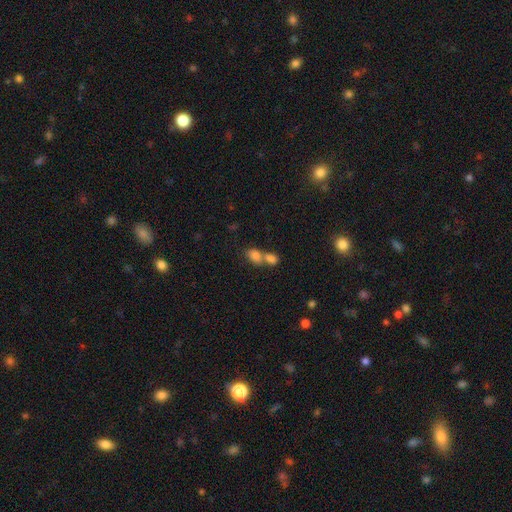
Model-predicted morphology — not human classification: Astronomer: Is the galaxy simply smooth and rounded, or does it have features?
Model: smooth — 80%.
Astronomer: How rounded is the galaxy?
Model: in between — 69%.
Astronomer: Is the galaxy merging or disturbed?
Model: merger — 64%.